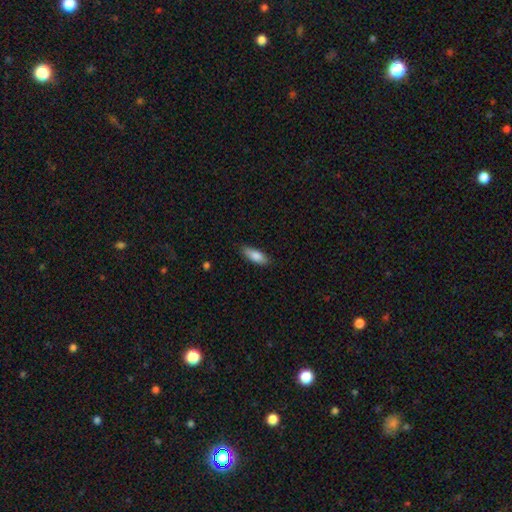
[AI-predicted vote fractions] A smooth galaxy with no disk features (84%) that is in between round and cigar-shaped (67%). Merging: none (82%).